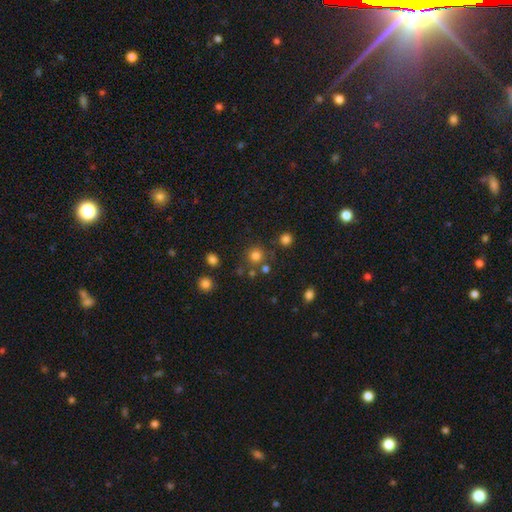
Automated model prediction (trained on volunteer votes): Overall: smooth (78%). How rounded: round (91%). Merging: none (76%).